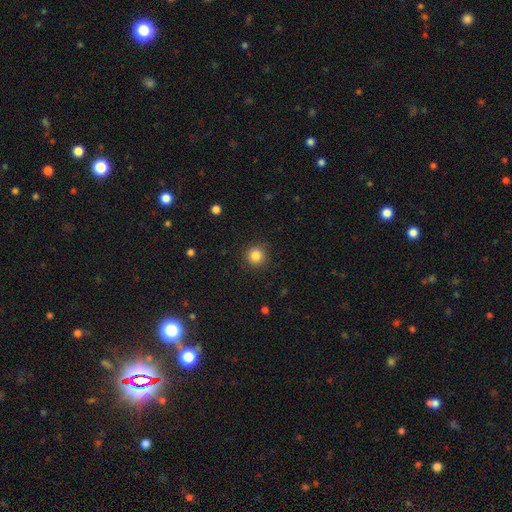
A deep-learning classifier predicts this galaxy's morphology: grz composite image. It shows a smooth galaxy with no disk features (84%) that is round (94%). Merging: none (91%).